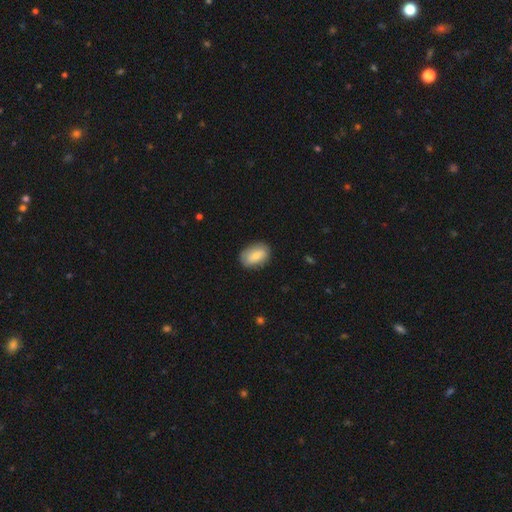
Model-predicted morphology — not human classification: Q: Smooth or featured?
A: smooth (77%); runner-up: featured or disk (17%)
Q: How rounded?
A: in between (88%); runner-up: round (10%)
Q: Merging?
A: none (83%); runner-up: minor disturbance (13%)